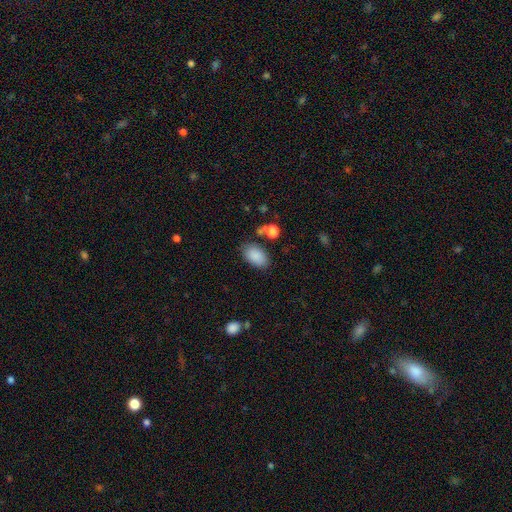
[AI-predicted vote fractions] Smooth or featured? Predicted: smooth (p=0.88). How rounded? Predicted: in between (p=0.92). Merging? Predicted: none (p=0.77).